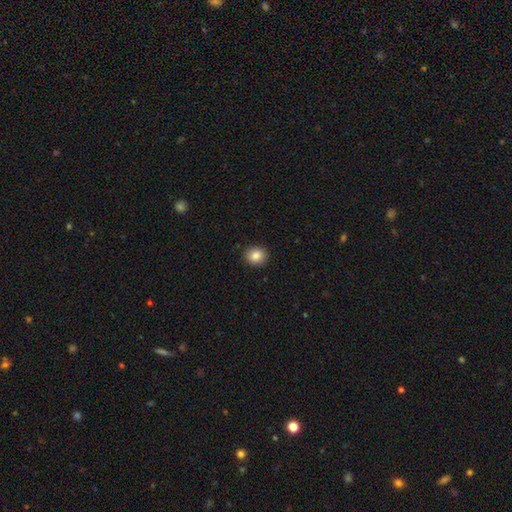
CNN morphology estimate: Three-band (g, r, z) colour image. It shows a smooth galaxy with no disk features (85%) that is round (76%). Merging: none (91%).